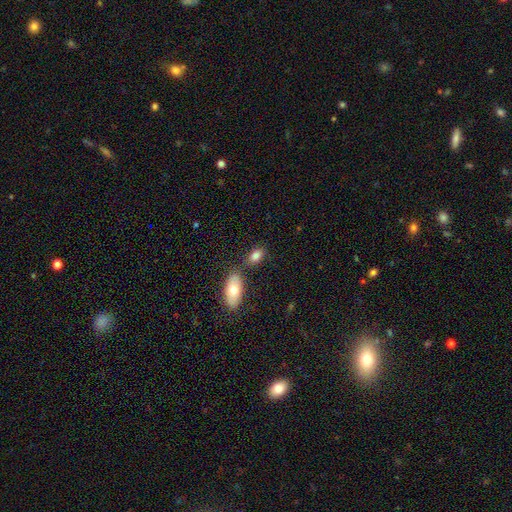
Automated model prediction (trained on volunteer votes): This appears to be a smooth galaxy with no disk features (81%) that is in between round and cigar-shaped (89%). Merging: none (66%).